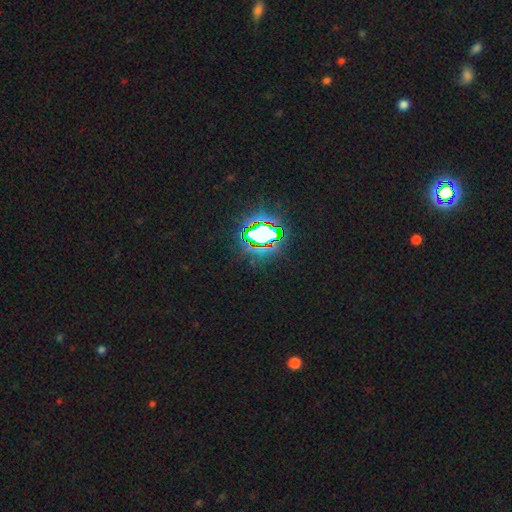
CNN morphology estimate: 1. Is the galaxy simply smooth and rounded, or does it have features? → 84% star or artifact, 10% smooth, 6% featured or disk.